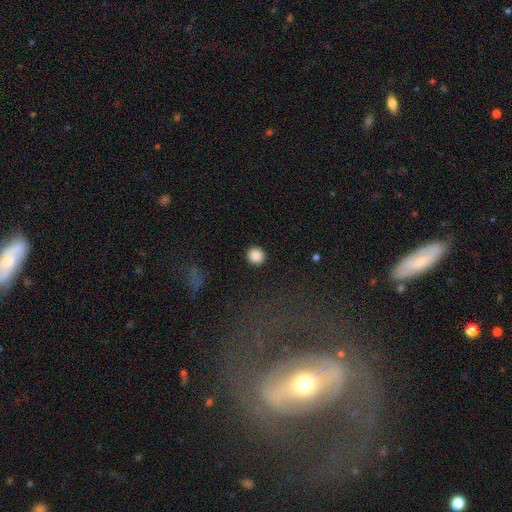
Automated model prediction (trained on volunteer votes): Smooth or featured? Predicted: smooth (p=0.87). How rounded? Predicted: round (p=0.95). Merging? Predicted: none (p=0.92).